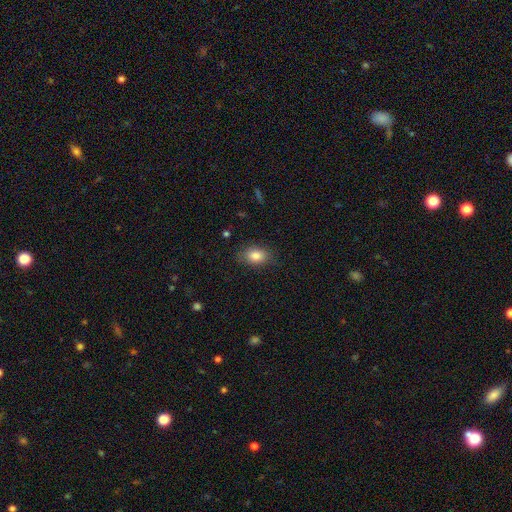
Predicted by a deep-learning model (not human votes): Morphology: type=smooth (84%); roundness=in between (83%); merging=none (83%).